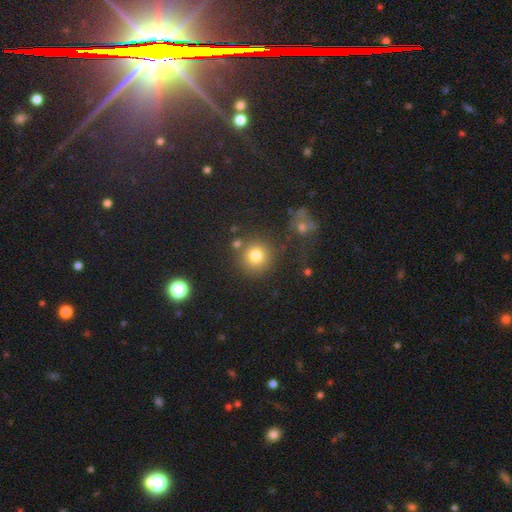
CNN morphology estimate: A smooth galaxy with no disk features (78%) that is round (93%). Merging: none (78%).